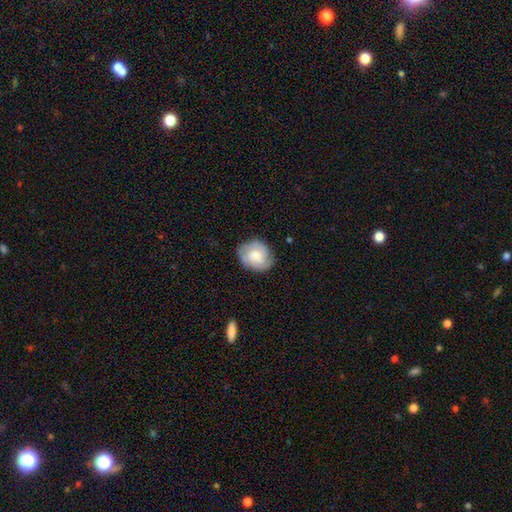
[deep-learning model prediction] A smooth galaxy with no disk features (57%) that is round (60%).

Vote fractions:
- Smooth or featured? smooth: 57% / featured or disk: 36% / star or artifact: 7%
- How rounded? round: 60% / in between: 40% / cigar-shaped: 1%
- Merging? none: 74% / minor disturbance: 20% / major disturbance: 5% / merger: 1%